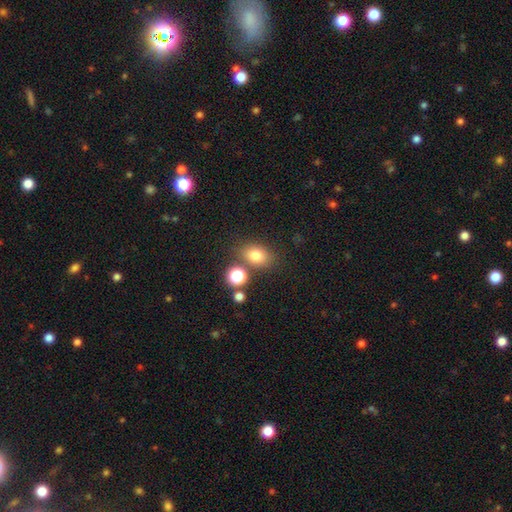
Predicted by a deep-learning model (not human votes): Q: Smooth or featured?
A: smooth (79%); runner-up: star or artifact (13%)
Q: How rounded?
A: in between (67%); runner-up: round (32%)
Q: Merging?
A: none (73%); runner-up: minor disturbance (12%)